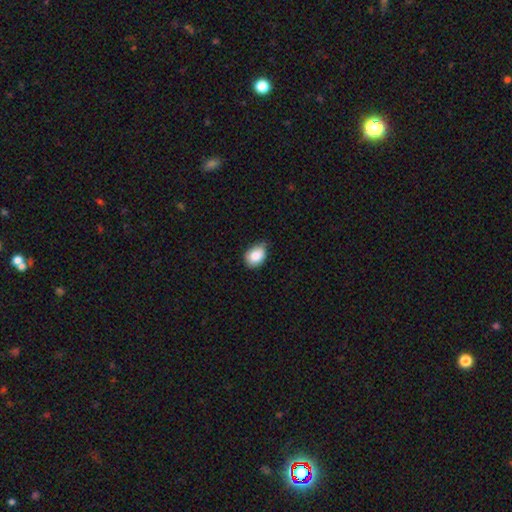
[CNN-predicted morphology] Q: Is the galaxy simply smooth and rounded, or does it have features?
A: smooth — 85%.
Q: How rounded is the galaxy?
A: in between — 72%.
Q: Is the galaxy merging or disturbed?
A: none — 59%.